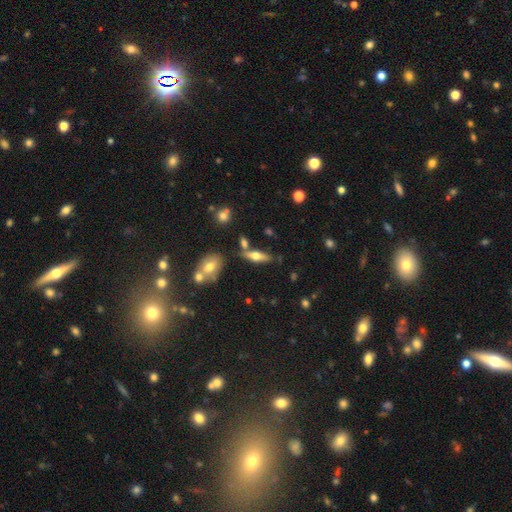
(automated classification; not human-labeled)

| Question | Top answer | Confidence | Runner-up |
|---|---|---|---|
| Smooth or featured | featured or disk | 48% | smooth (44%) |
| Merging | none | 69% | merger (14%) |